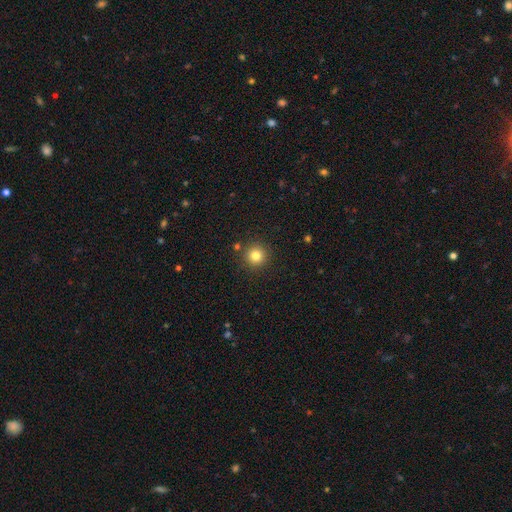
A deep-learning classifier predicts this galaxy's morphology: Smooth or featured? smooth (81%)
How rounded? round (95%)
Merging? none (89%)